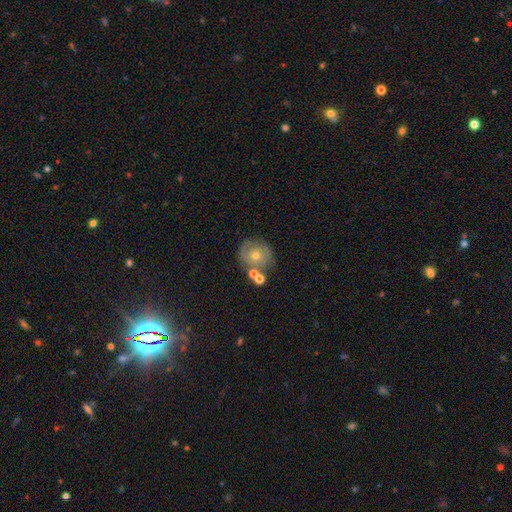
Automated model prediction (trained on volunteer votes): smooth-or-featured: featured or disk: 49% | smooth: 40% | star or artifact: 11%
  merging: none: 65% | minor disturbance: 16% | merger: 14% | major disturbance: 6%